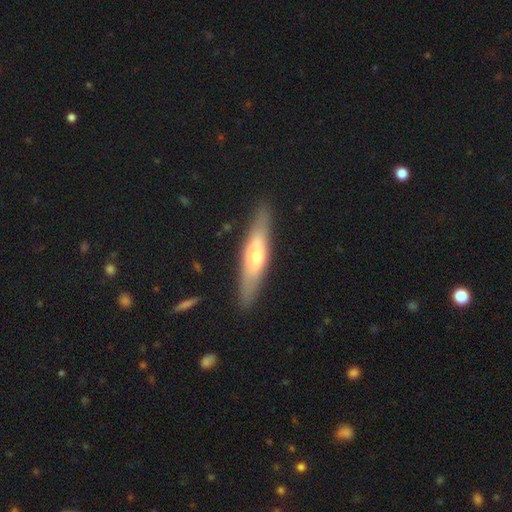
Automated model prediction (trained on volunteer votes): Smooth or featured? featured or disk (49%)
Merging? none (86%)